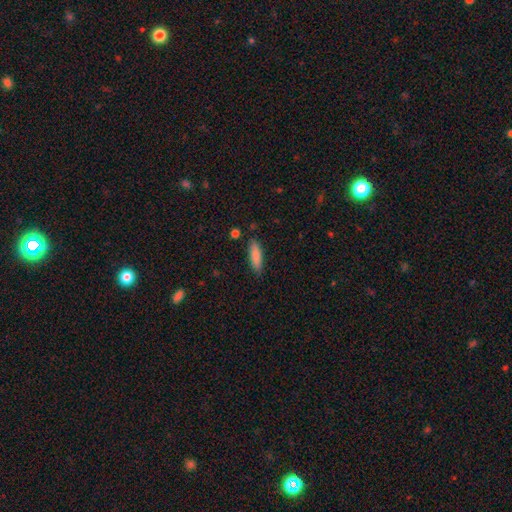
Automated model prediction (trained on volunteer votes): Smooth or featured: smooth — 84% (featured or disk — 10%)
How rounded: cigar-shaped — 62% (in between — 37%)
Merging: none — 86% (minor disturbance — 10%)